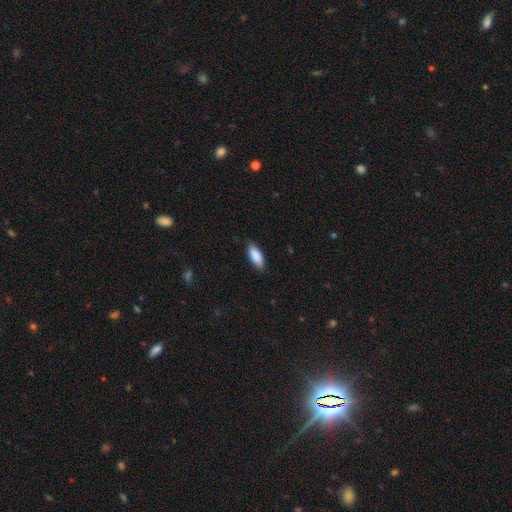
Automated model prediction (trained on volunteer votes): smooth 89%, star or artifact 6%, featured or disk 5%. Down the decision tree: how rounded — in between (77%); merging — none (85%).